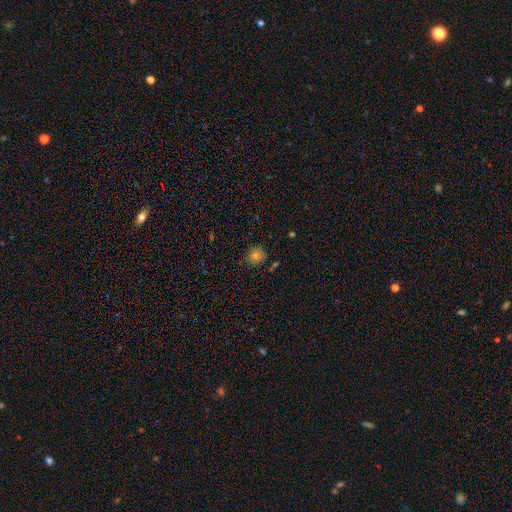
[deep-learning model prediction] This is likely a smooth galaxy (74%). How rounded: clearly round (90%). Merging: clearly none (81%).